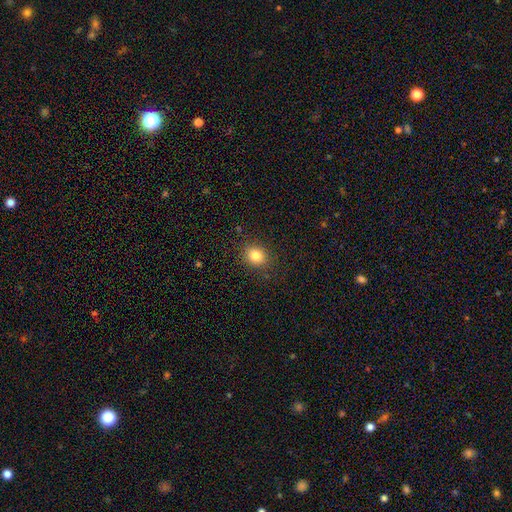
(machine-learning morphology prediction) This is clearly a smooth galaxy (83%). How rounded: likely round (63%). Merging: clearly none (88%).